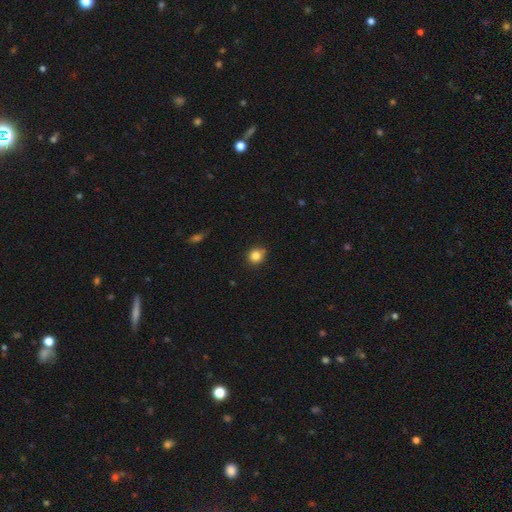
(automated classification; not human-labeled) smooth_or_featured: smooth (p=0.84) [alt: star or artifact p=0.11]
how_rounded: round (p=0.80) [alt: in between p=0.19]
merging: none (p=0.81) [alt: minor disturbance p=0.14]